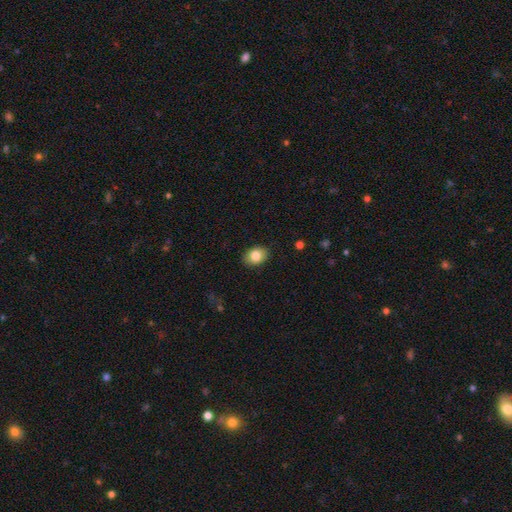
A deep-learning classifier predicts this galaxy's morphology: Smooth or featured: smooth — 84% (featured or disk — 8%)
How rounded: in between — 68% (round — 31%)
Merging: none — 88% (minor disturbance — 9%)